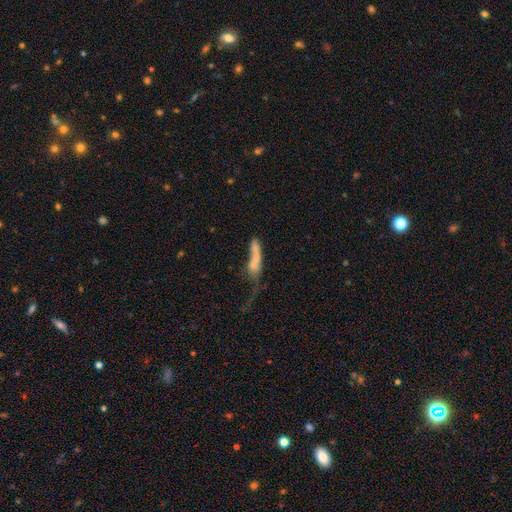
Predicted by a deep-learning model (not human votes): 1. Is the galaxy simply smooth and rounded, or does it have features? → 56% smooth, 33% featured or disk, 11% star or artifact.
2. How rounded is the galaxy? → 69% cigar-shaped, 27% in between, 4% round.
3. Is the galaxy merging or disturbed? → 33% merger, 32% major disturbance, 20% none, 15% minor disturbance.